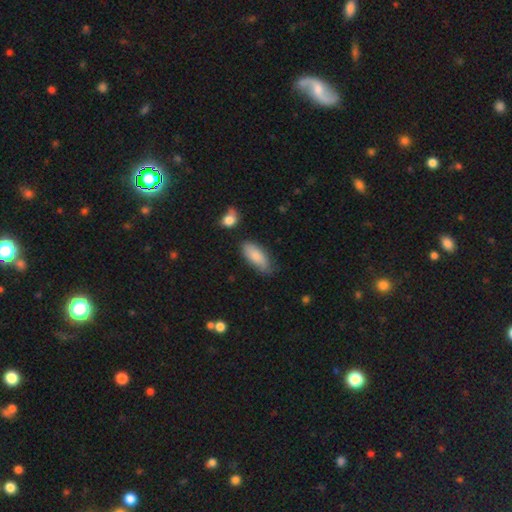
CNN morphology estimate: Smooth or featured? Predicted: smooth (p=0.82). How rounded? Predicted: in between (p=0.81). Merging? Predicted: none (p=0.71).